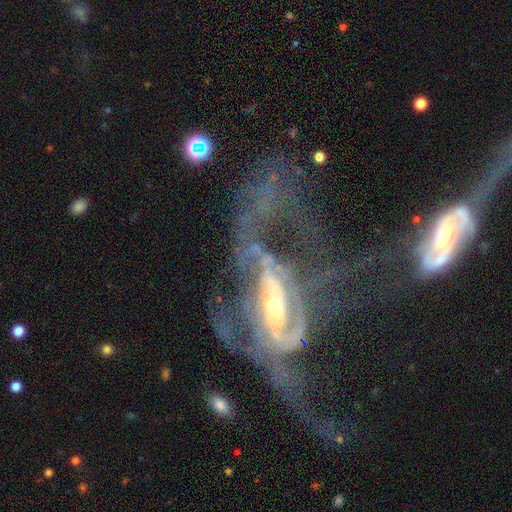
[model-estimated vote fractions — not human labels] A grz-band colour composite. It shows a featured or disk galaxy (82%) with no bar (39%), 2 (43%) loose (36%, tied with medium) spiral arms (73%) and a moderate central bulge (48%). Merging: major disturbance (47%).